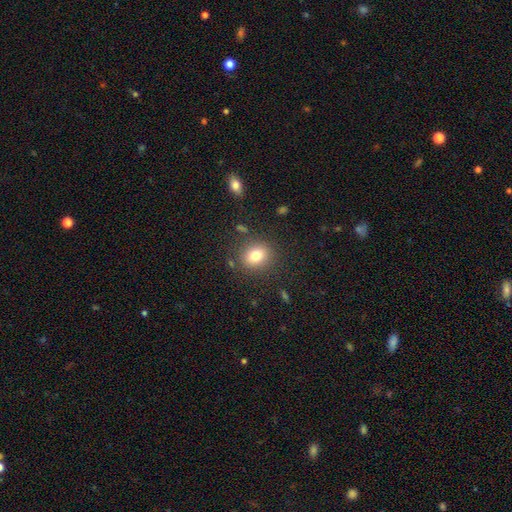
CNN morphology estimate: Q: Smooth or featured?
A: smooth (79%); runner-up: star or artifact (11%)
Q: How rounded?
A: round (64%); runner-up: in between (35%)
Q: Merging?
A: none (84%); runner-up: minor disturbance (10%)